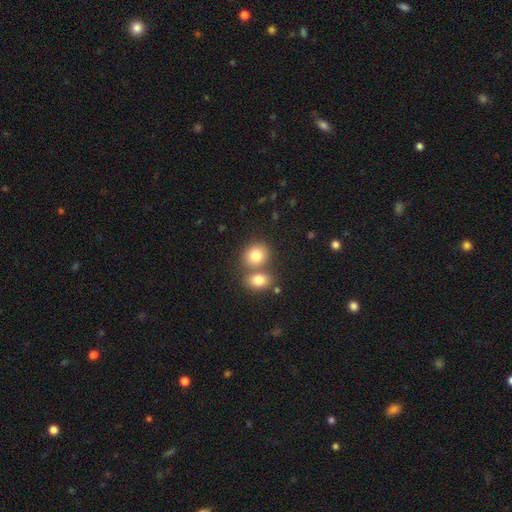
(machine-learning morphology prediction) smooth-or-featured: smooth: 82% | featured or disk: 10% | star or artifact: 9%
  how-rounded: round: 66% | in between: 33% | cigar-shaped: 1%
  merging: none: 45% | merger: 44% | minor disturbance: 8% | major disturbance: 3%